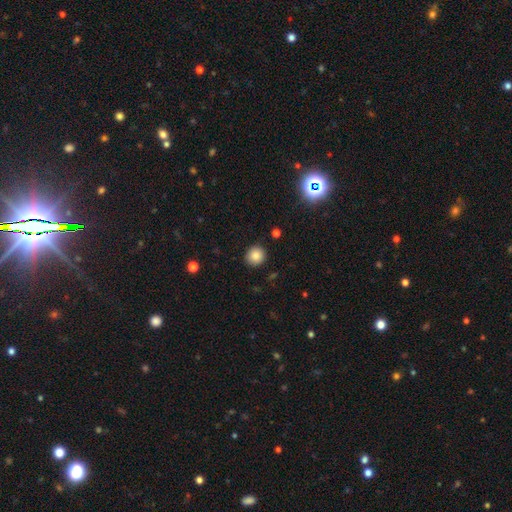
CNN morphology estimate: smooth 85%, star or artifact 10%, featured or disk 5%. Down the decision tree: how rounded — round (91%); merging — none (90%).